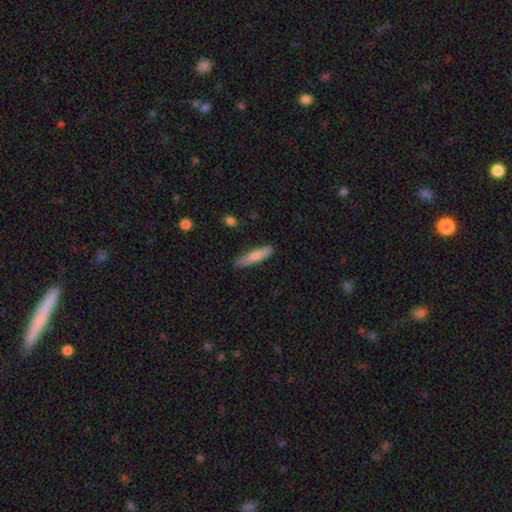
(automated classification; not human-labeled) Morphology: type=smooth (79%); roundness=cigar-shaped (79%); merging=none (80%).